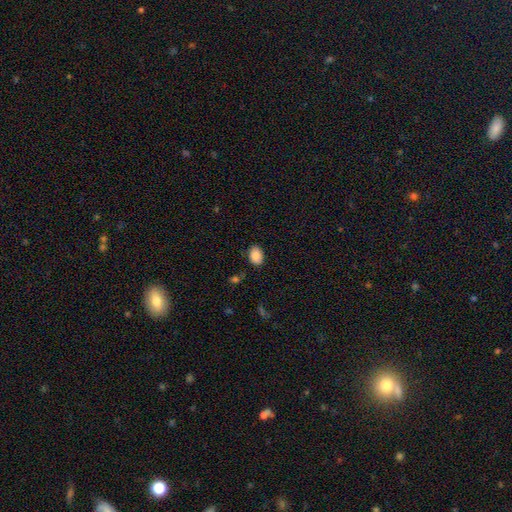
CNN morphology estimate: The model was most divided on "how rounded": in between: 81%, round: 18%, cigar-shaped: 1%. More confident: smooth or featured — smooth (88%); merging — none (85%).